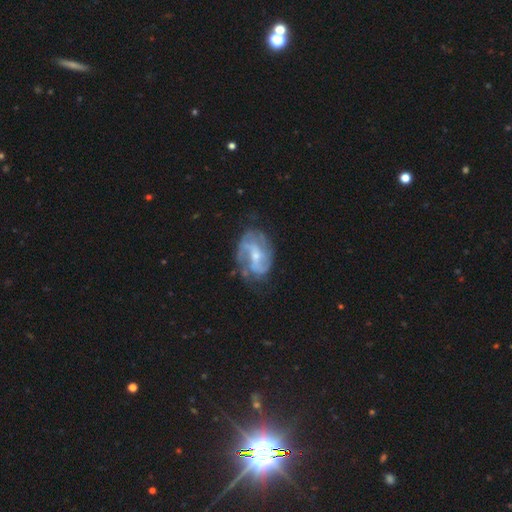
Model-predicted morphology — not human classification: Smooth or featured? featured or disk (84%)
Edge-on disk? no (97%)
Bar? weak (49%)
Spiral arms? yes (92%)
Spiral winding? medium (46%)
Spiral arm count? 2 (54%)
Bulge size? small (49%)
Merging? none (61%)